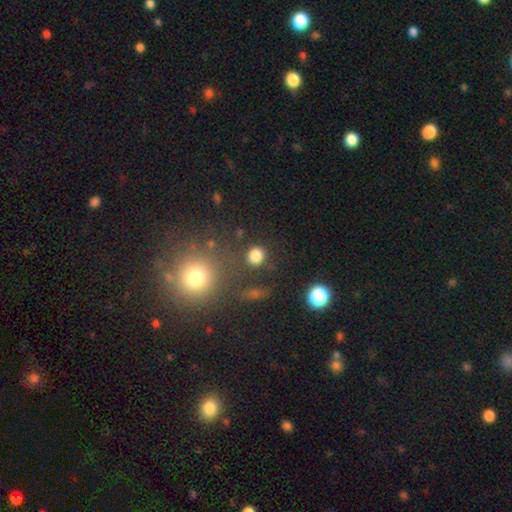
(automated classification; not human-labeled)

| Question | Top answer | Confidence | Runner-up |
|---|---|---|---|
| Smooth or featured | smooth | 82% | star or artifact (13%) |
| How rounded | round | 82% | in between (17%) |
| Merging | none | 80% | minor disturbance (10%) |